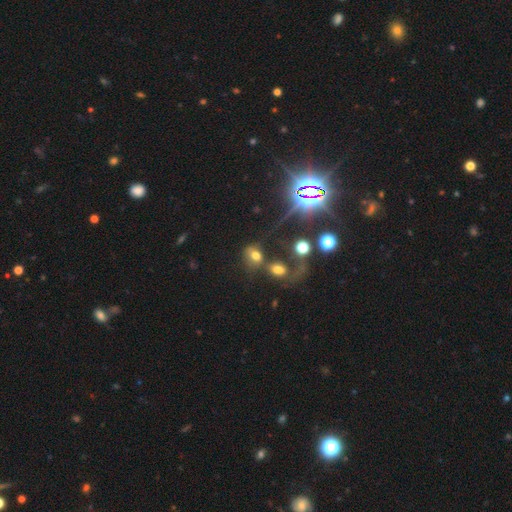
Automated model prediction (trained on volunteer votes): Morphology: type=smooth (62%); roundness=in between (64%); merging=none (44%).